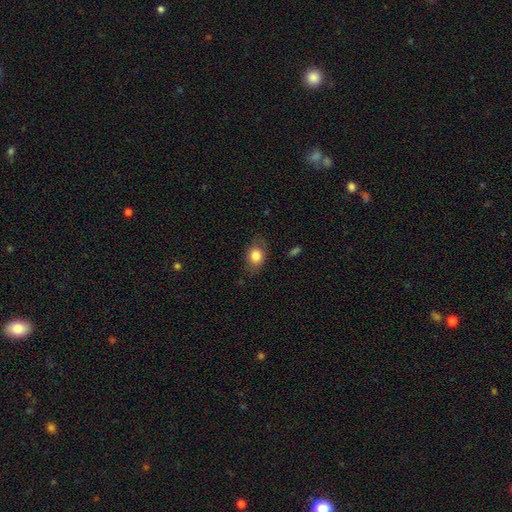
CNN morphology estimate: A smooth galaxy with no disk features (80%) that is in between round and cigar-shaped (64%). Merging: none (72%).